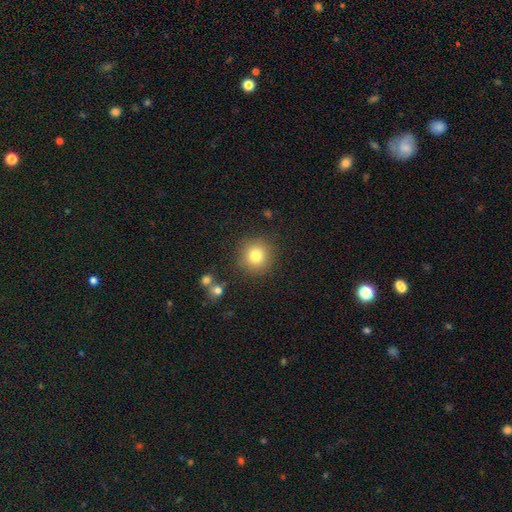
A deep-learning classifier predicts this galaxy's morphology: Smooth or featured?
  - smooth: 80% *
  - star or artifact: 12%
  - featured or disk: 8%
How rounded?
  - round: 93% *
  - in between: 6%
  - cigar-shaped: 1%
Merging?
  - none: 87% *
  - minor disturbance: 8%
  - major disturbance: 3%
  - merger: 2%